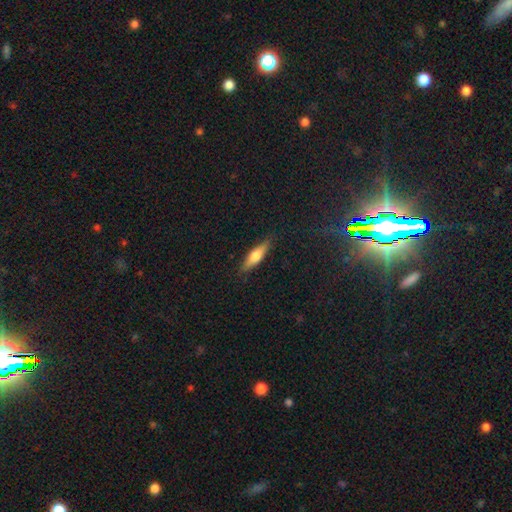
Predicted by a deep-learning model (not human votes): Q: Smooth or featured?
A: smooth (56%); runner-up: featured or disk (38%)
Q: How rounded?
A: cigar-shaped (68%); runner-up: in between (29%)
Q: Merging?
A: none (87%); runner-up: minor disturbance (10%)